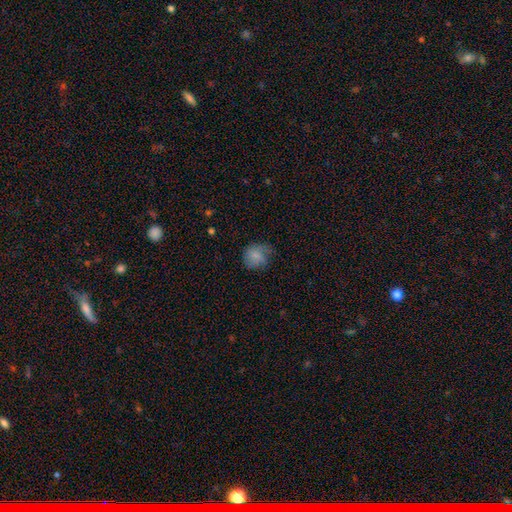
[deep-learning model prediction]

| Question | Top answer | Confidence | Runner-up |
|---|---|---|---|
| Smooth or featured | smooth | 75% | featured or disk (16%) |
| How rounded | round | 76% | in between (23%) |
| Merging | none | 54% | minor disturbance (30%) |